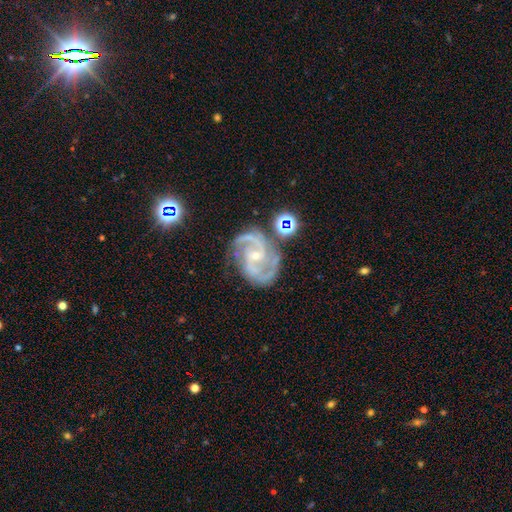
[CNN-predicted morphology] Smooth or featured?
  - featured or disk: 91% *
  - star or artifact: 6%
  - smooth: 3%
Edge-on disk?
  - no: 98% *
  - yes: 2%
Bar?
  - no: 48% *
  - weak: 37%
  - strong: 15%
Spiral arms?
  - yes: 98% *
  - no: 2%
Spiral winding?
  - medium: 58% *
  - tight: 31%
  - loose: 12%
Spiral arm count?
  - 2: 75% *
  - 3: 13%
  - can't tell: 5%
  - 4: 3%
  - 1: 2%
  - more than 4: 2%
Bulge size?
  - small: 74% *
  - moderate: 22%
  - none: 2%
  - large: 1%
  - dominant: 1%
Merging?
  - none: 66% *
  - minor disturbance: 21%
  - major disturbance: 9%
  - merger: 5%